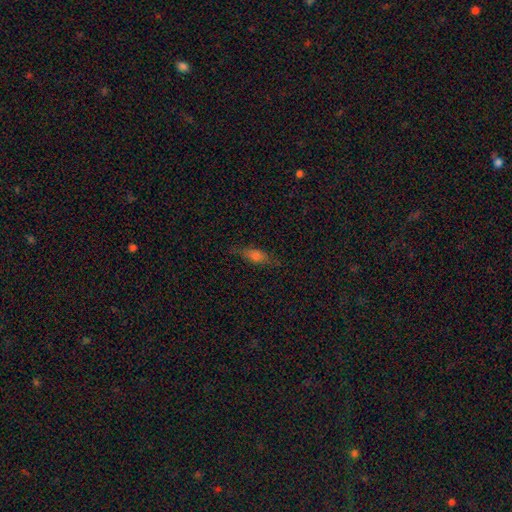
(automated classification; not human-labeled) This appears to be a smooth galaxy with no disk features (54%) that is in between round and cigar-shaped (48%). Merging: none (78%).